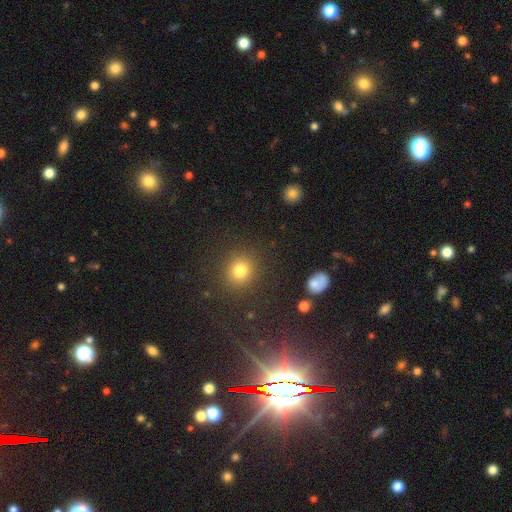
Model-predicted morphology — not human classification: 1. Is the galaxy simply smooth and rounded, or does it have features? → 56% smooth, 35% star or artifact, 9% featured or disk.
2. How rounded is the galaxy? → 87% round, 12% in between, 1% cigar-shaped.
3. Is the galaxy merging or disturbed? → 90% none, 6% minor disturbance, 3% major disturbance, 2% merger.